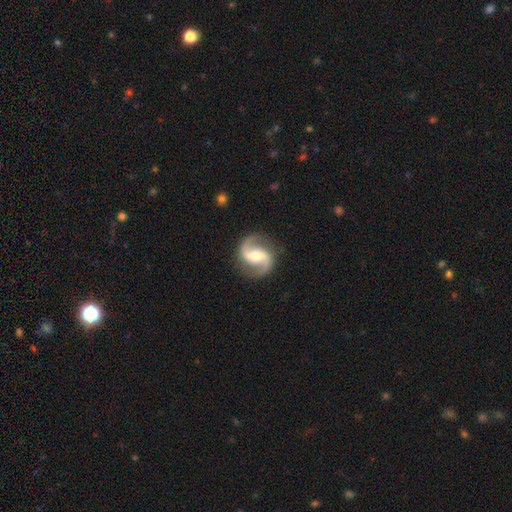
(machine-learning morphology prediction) This is clearly a featured or disk galaxy (91%). It is clearly not viewed edge-on (98%). Bar: marginally weak (42%). Spiral arm pattern: clearly yes (98%). Spiral arm count: clearly 2 (94%). Spiral winding: possibly medium (56%). Central bulge: likely moderate (66%). Merging: clearly none (88%).